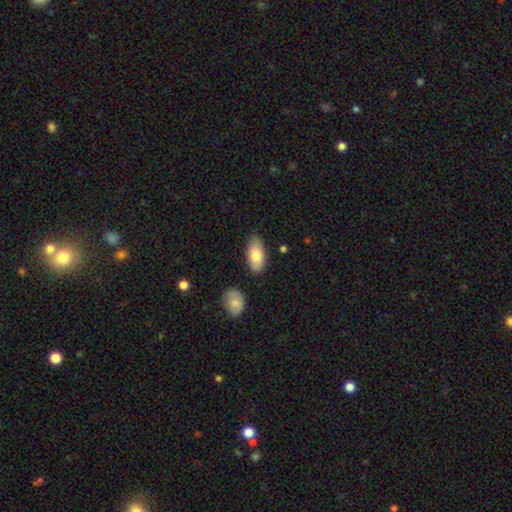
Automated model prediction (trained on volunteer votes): Smooth or featured? smooth (78%)
How rounded? in between (92%)
Merging? none (82%)